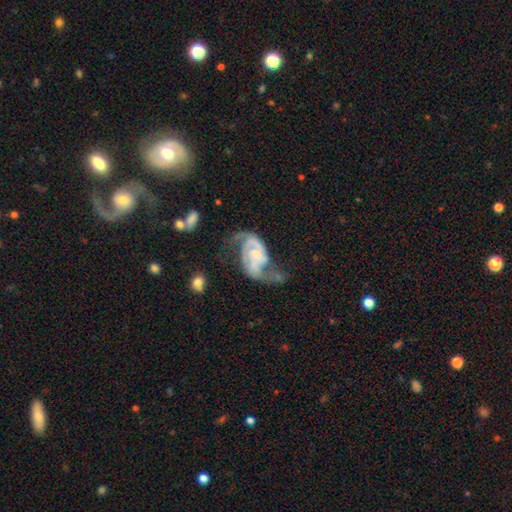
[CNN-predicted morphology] A featured or disk galaxy (87%) with no bar (44%), 2 (87%) medium (45%) spiral arms (95%) and a small central bulge (53%).

Vote fractions:
- Smooth or featured? featured or disk: 87% / smooth: 7% / star or artifact: 5%
- Edge-on disk? no: 97% / yes: 3%
- Bar? no: 44% / weak: 43% / strong: 13%
- Spiral arms? yes: 95% / no: 5%
- Spiral winding? medium: 45% / loose: 40% / tight: 16%
- Spiral arm count? 2: 87% / can't tell: 5% / 1: 3% / 3: 2% / 4: 1% / more than 4: 1%
- Bulge size? small: 53% / moderate: 25% / none: 16% / large: 4% / dominant: 1%
- Merging? none: 38% / major disturbance: 33% / minor disturbance: 21% / merger: 8%